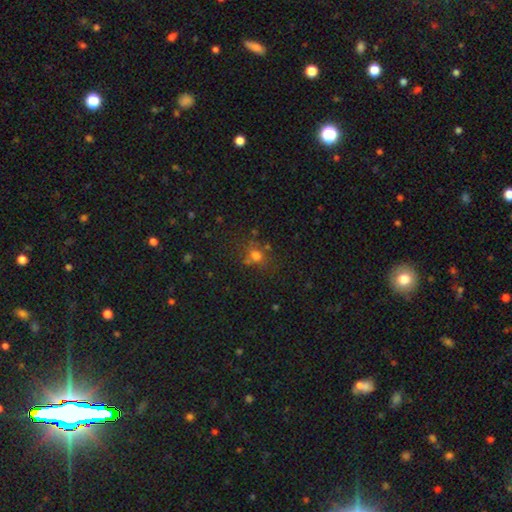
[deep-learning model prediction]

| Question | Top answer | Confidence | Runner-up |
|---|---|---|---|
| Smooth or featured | smooth | 67% | star or artifact (21%) |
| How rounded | round | 70% | in between (29%) |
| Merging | none | 64% | minor disturbance (17%) |